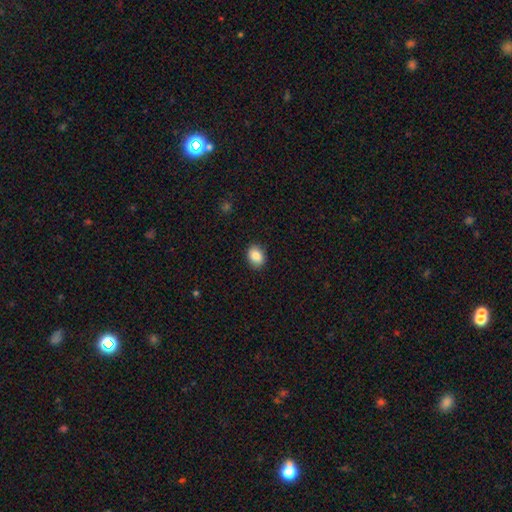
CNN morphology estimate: smooth_or_featured: smooth (p=0.88) [alt: star or artifact p=0.08]
how_rounded: in between (p=0.62) [alt: round p=0.37]
merging: none (p=0.89) [alt: minor disturbance p=0.08]